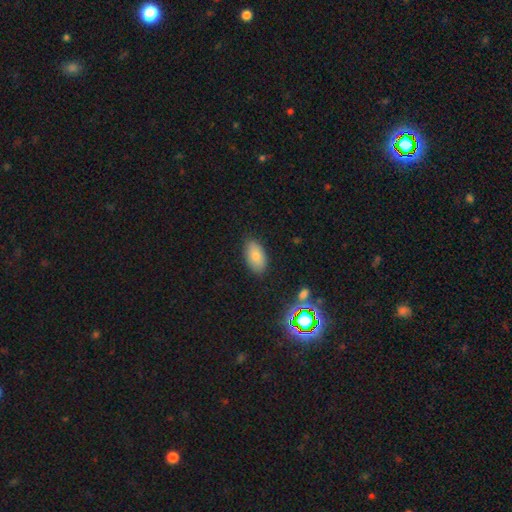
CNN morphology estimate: Q: Smooth or featured?
A: smooth (78%); runner-up: featured or disk (12%)
Q: How rounded?
A: in between (92%); runner-up: round (5%)
Q: Merging?
A: none (83%); runner-up: minor disturbance (12%)